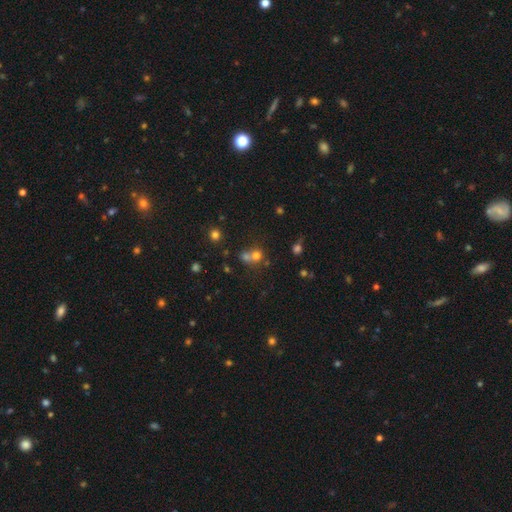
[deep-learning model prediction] Morphology: type=smooth (67%); roundness=round (79%); merging=merger (53%).